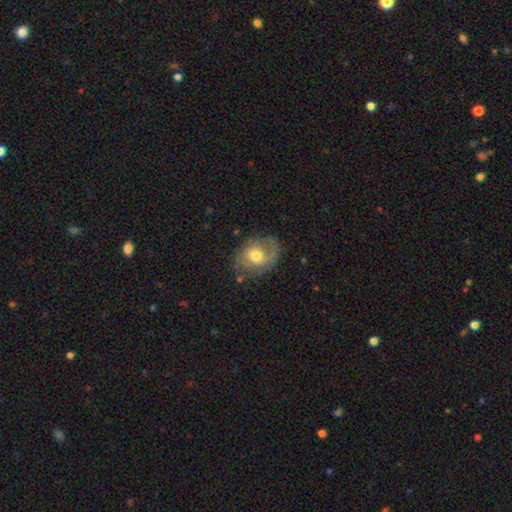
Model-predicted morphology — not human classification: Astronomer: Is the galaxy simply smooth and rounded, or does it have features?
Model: featured or disk — 59%.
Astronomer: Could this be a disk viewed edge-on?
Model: no — 96%.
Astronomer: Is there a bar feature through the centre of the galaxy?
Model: no — 70%.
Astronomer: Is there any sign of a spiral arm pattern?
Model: yes — 79%.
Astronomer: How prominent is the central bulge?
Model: moderate — 65%.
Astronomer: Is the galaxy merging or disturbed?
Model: none — 63%.